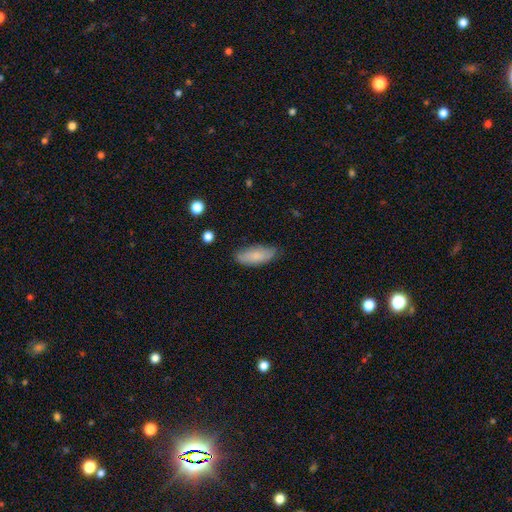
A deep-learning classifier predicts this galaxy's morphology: This appears to be a smooth galaxy with no disk features (78%) that is in between round and cigar-shaped (79%). Merging: none (76%).